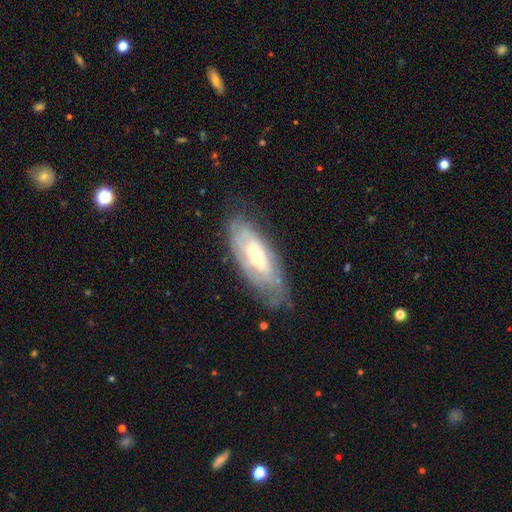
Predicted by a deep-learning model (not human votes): Morphology: type=featured or disk (67%); edge-on=no (82%); bar=no (59%); spiral arms=yes (71%); bulge=moderate (49%); merging=none (65%).